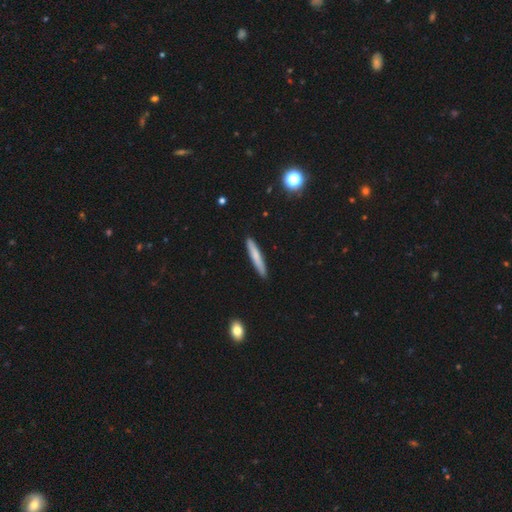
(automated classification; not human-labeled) This is likely a smooth galaxy (71%). How rounded: clearly cigar-shaped (94%). Merging: clearly none (90%).